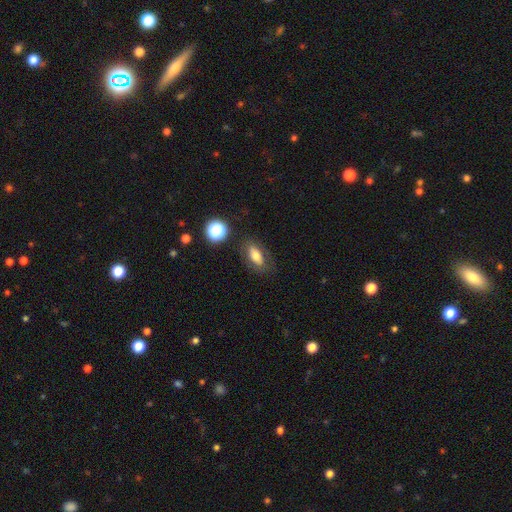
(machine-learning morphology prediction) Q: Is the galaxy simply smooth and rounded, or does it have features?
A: smooth — 69%.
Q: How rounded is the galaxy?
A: in between — 80%.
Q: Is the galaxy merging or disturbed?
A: none — 78%.